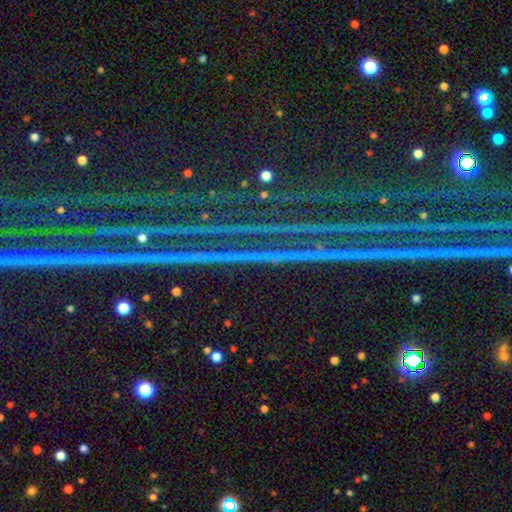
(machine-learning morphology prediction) Smooth or featured: star or artifact — 89% (featured or disk — 6%)